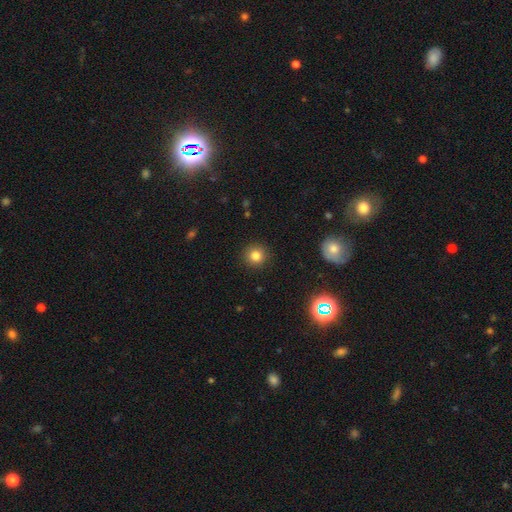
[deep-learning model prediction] smooth_or_featured: smooth (p=0.82) [alt: star or artifact p=0.12]
how_rounded: round (p=0.93) [alt: in between p=0.06]
merging: none (p=0.92) [alt: minor disturbance p=0.05]